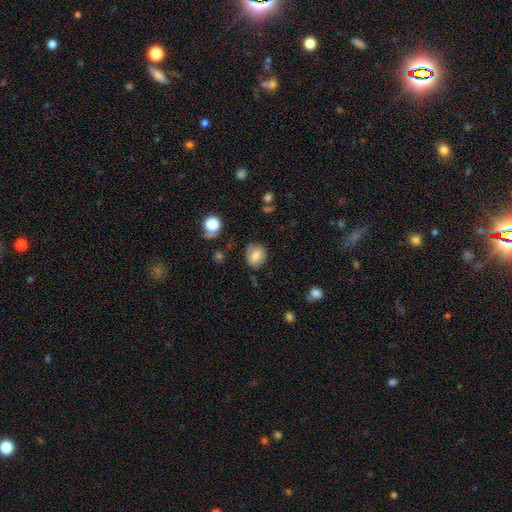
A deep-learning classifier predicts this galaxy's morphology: This appears to be a smooth galaxy with no disk features (75%) that is round (59%). Merging: none (71%).